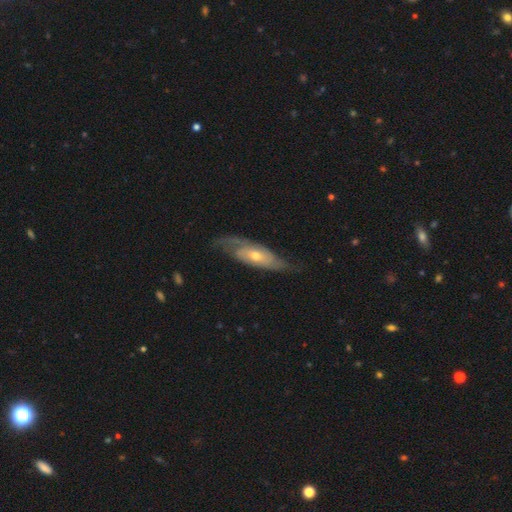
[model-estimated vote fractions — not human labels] smooth_or_featured: featured or disk (p=0.74) [alt: smooth p=0.21]
disk_edge_on: no (p=0.79) [alt: yes p=0.21]
bar: no (p=0.71) [alt: weak p=0.23]
has_spiral_arms: yes (p=0.86) [alt: no p=0.14]
bulge_size: moderate (p=0.56) [alt: small p=0.39]
merging: none (p=0.66) [alt: minor disturbance p=0.22]